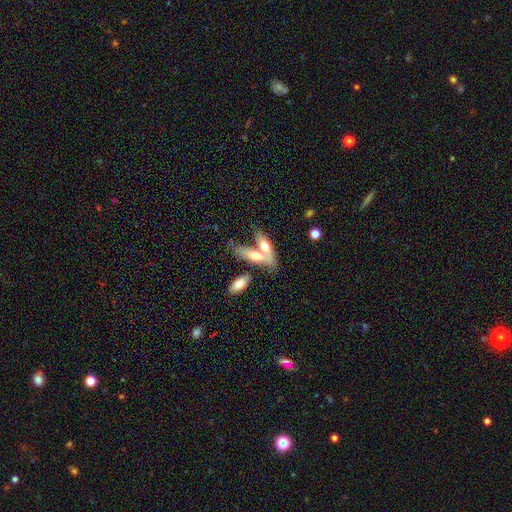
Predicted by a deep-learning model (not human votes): This is possibly a smooth galaxy (58%). How rounded: likely in between (61%). Merging: possibly merger (56%).